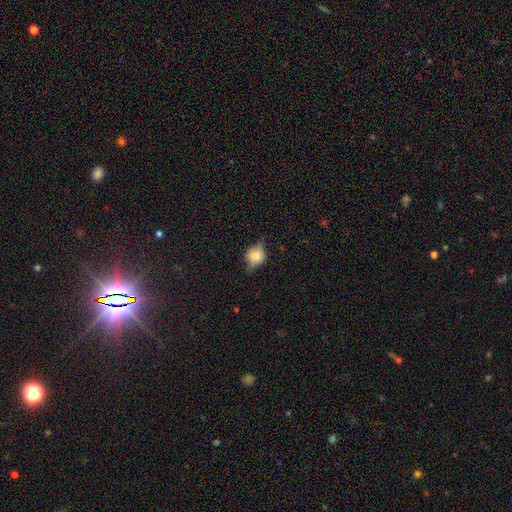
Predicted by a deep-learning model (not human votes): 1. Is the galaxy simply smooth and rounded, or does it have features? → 50% smooth, 39% featured or disk, 11% star or artifact.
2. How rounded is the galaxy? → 65% round, 32% in between, 3% cigar-shaped.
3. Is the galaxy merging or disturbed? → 66% none, 24% minor disturbance, 8% major disturbance, 2% merger.